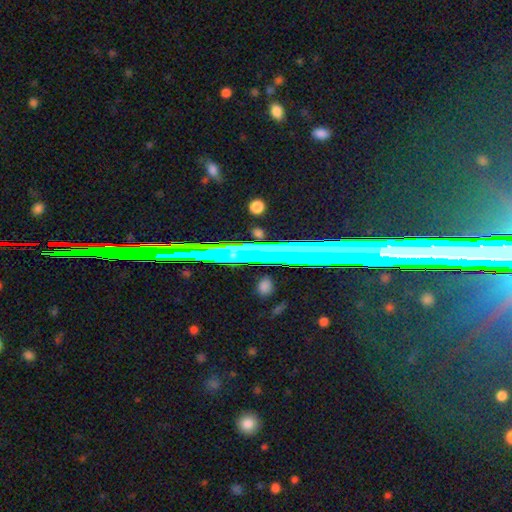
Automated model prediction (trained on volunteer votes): A star or artifact, not a galaxy (70%).